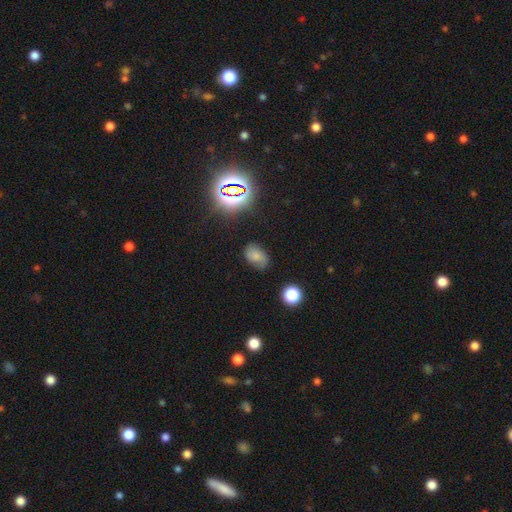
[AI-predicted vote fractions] The model was most divided on "smooth or featured": smooth: 57%, featured or disk: 24%, star or artifact: 19%. More confident: how rounded — in between (81%); merging — none (63%).